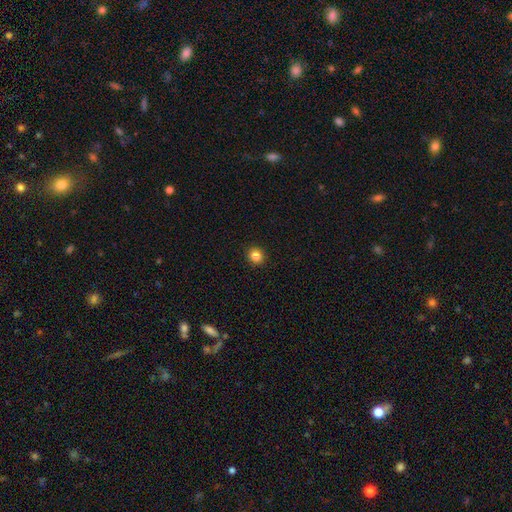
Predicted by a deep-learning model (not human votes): Smooth or featured?
  - smooth: 85% *
  - star or artifact: 11%
  - featured or disk: 4%
How rounded?
  - round: 88% *
  - in between: 11%
  - cigar-shaped: 1%
Merging?
  - none: 93% *
  - minor disturbance: 5%
  - major disturbance: 2%
  - merger: 1%